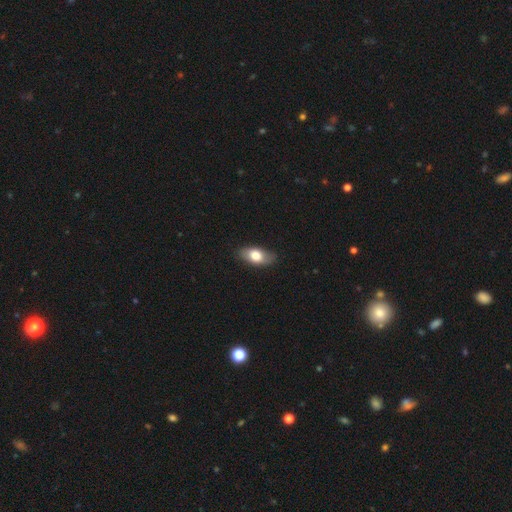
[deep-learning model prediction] Overall: smooth (73%). How rounded: in between (88%). Merging: none (82%).